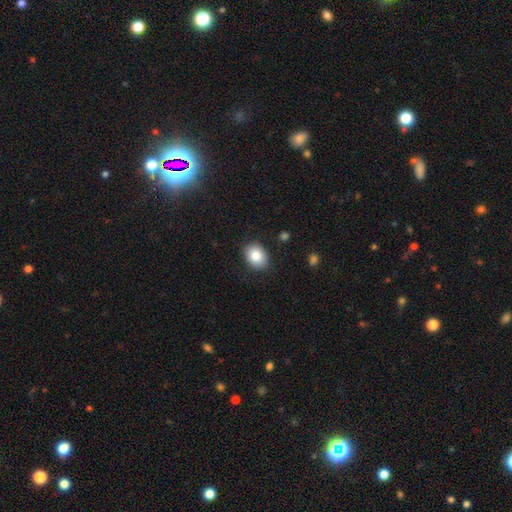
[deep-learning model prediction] The model was most divided on "how rounded": in between: 62%, round: 37%, cigar-shaped: 1%. More confident: merging — none (87%); smooth or featured — smooth (85%).